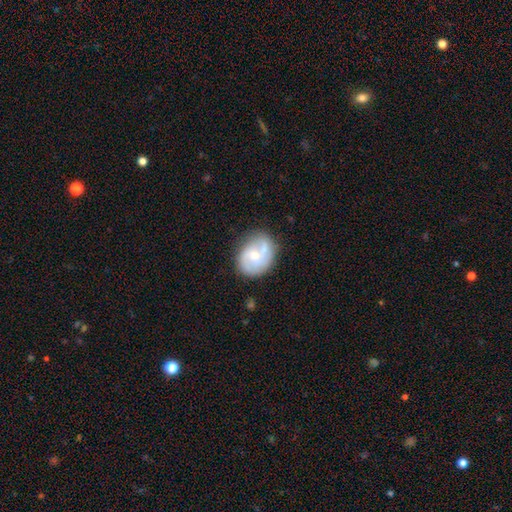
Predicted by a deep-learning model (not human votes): This is possibly a featured or disk galaxy (55%). It is clearly not viewed edge-on (97%). Bar: likely no (72%). Spiral arm pattern: likely yes (66%). Central bulge: possibly small (49%). Merging: possibly none (53%).